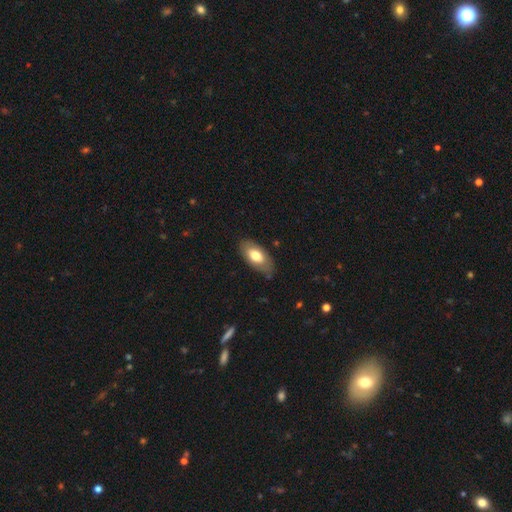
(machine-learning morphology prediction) Smooth or featured? smooth (70%)
How rounded? in between (92%)
Merging? none (77%)